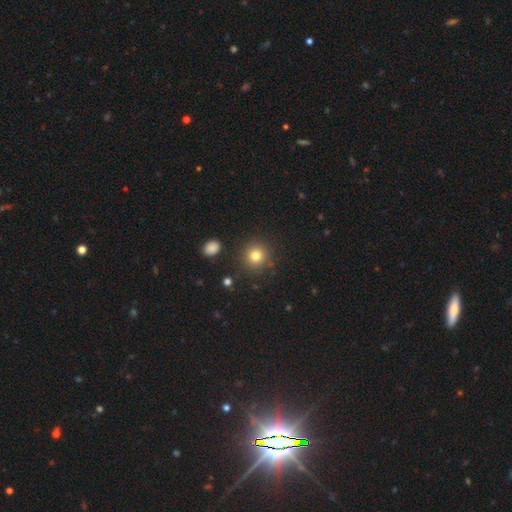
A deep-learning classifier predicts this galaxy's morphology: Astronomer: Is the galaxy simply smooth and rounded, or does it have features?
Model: smooth — 80%.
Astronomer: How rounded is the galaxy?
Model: round — 92%.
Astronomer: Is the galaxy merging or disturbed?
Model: none — 88%.